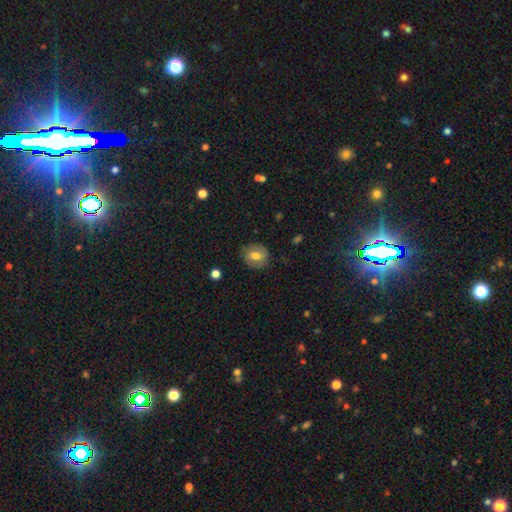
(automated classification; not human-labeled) The model was most divided on "smooth or featured": smooth: 59%, featured or disk: 33%, star or artifact: 8%. More confident: merging — none (81%); how rounded — round (69%).